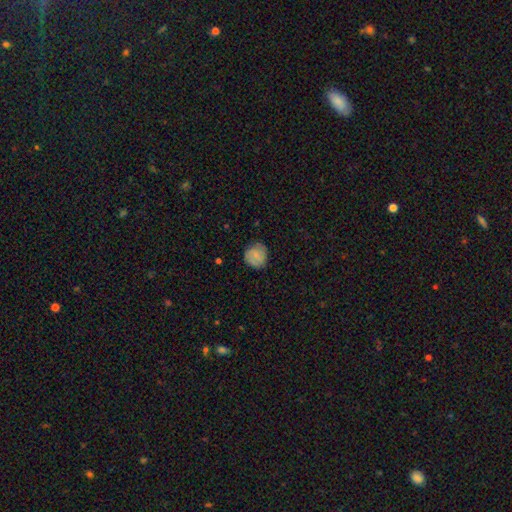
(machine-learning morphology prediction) The model was most divided on "smooth or featured": smooth: 61%, featured or disk: 31%, star or artifact: 7%. More confident: how rounded — round (85%); merging — none (78%).